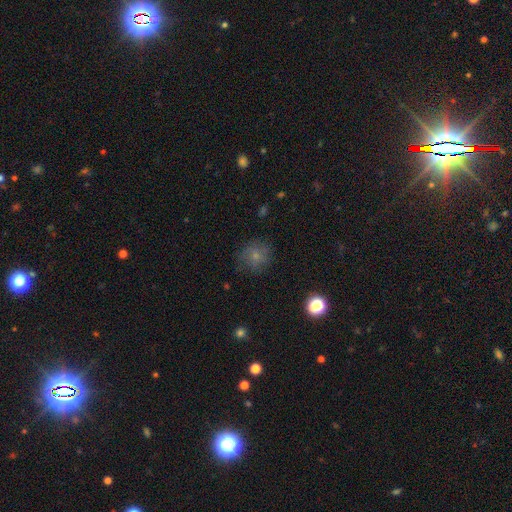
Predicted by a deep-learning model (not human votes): smooth_or_featured: smooth (p=0.74) [alt: star or artifact p=0.13]
how_rounded: round (p=0.87) [alt: in between p=0.12]
merging: none (p=0.74) [alt: minor disturbance p=0.18]